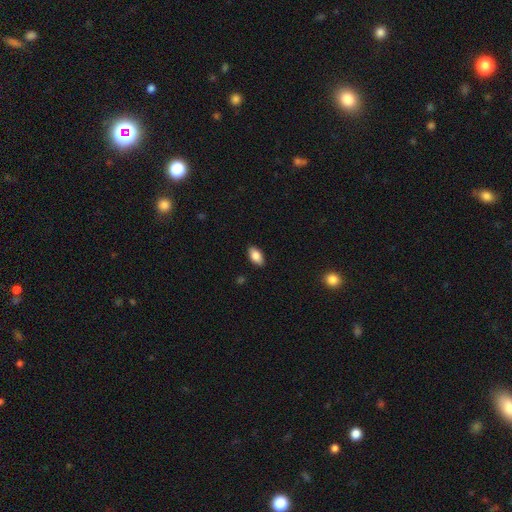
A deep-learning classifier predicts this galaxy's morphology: A smooth galaxy with no disk features (85%) that is in between round and cigar-shaped (92%). Merging: none (88%).